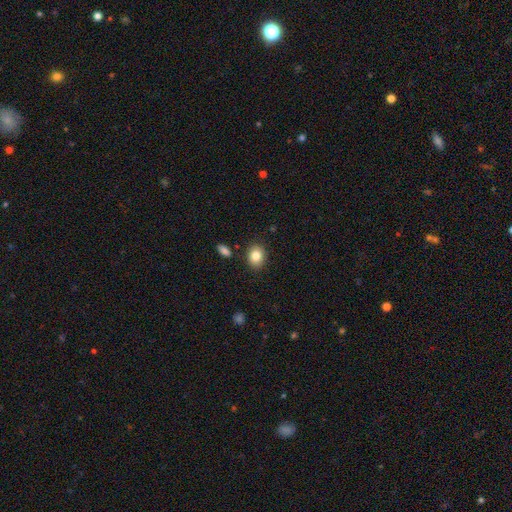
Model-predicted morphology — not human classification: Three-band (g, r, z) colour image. It shows a smooth galaxy with no disk features (84%) that is in between round and cigar-shaped (56%). Merging: none (86%).